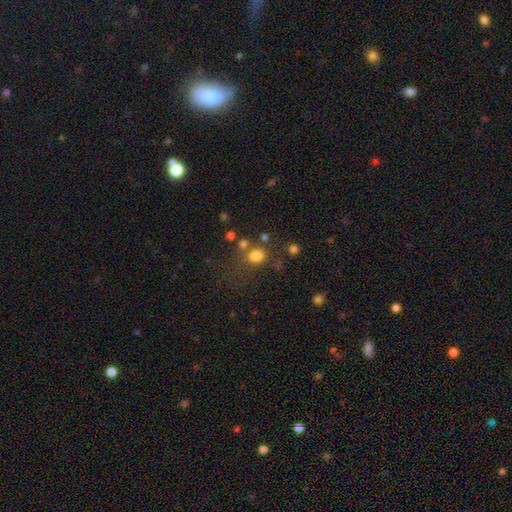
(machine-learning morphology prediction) type=smooth (77%); roundness=round (53%); merging=none (60%).